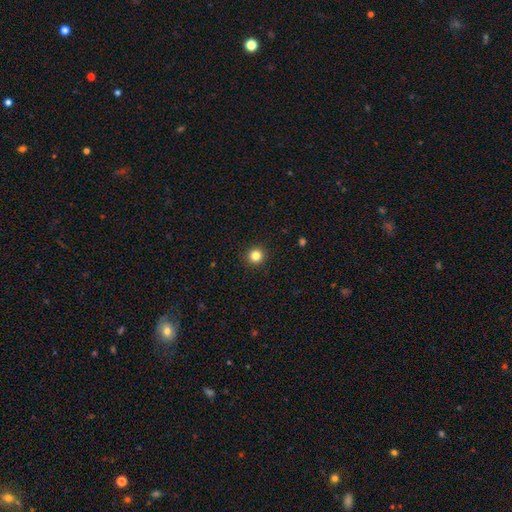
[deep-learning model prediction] Smooth or featured? Predicted: smooth (p=0.83). How rounded? Predicted: round (p=0.95). Merging? Predicted: none (p=0.93).